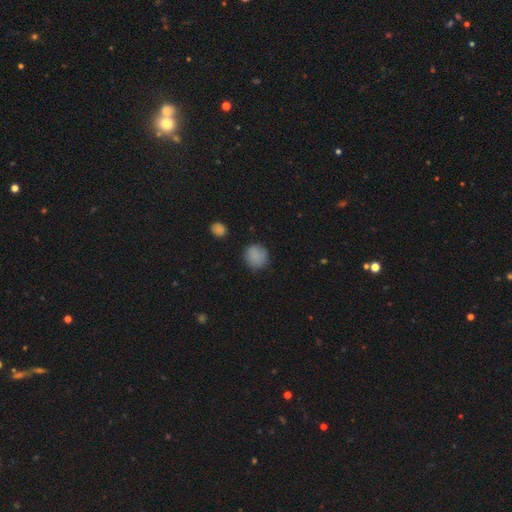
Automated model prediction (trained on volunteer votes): Overall: smooth (85%). How rounded: round (87%). Merging: none (82%).